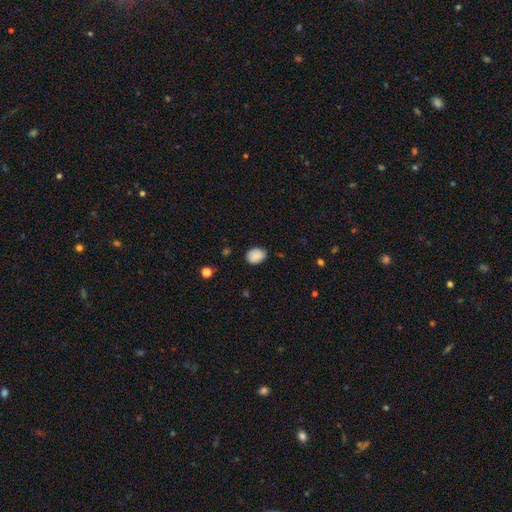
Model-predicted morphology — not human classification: A smooth galaxy with no disk features (88%) that is in between round and cigar-shaped (63%).

Vote fractions:
- Smooth or featured? smooth: 88% / star or artifact: 8% / featured or disk: 4%
- How rounded? in between: 63% / round: 36% / cigar-shaped: 1%
- Merging? none: 81% / minor disturbance: 15% / major disturbance: 3% / merger: 1%